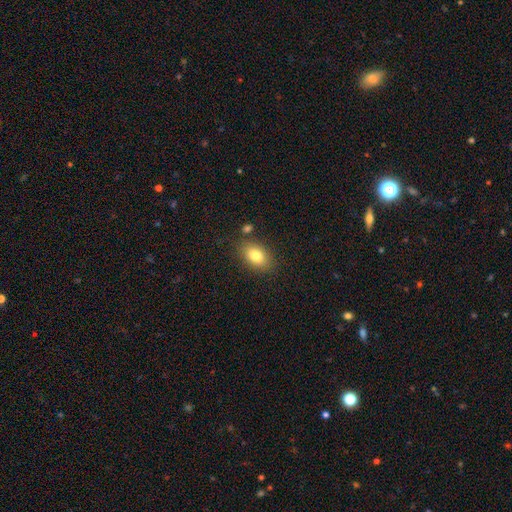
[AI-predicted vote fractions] Smooth or featured?
  - smooth: 81% *
  - featured or disk: 10%
  - star or artifact: 8%
How rounded?
  - in between: 86% *
  - round: 12%
  - cigar-shaped: 2%
Merging?
  - none: 79% *
  - minor disturbance: 12%
  - merger: 5%
  - major disturbance: 3%